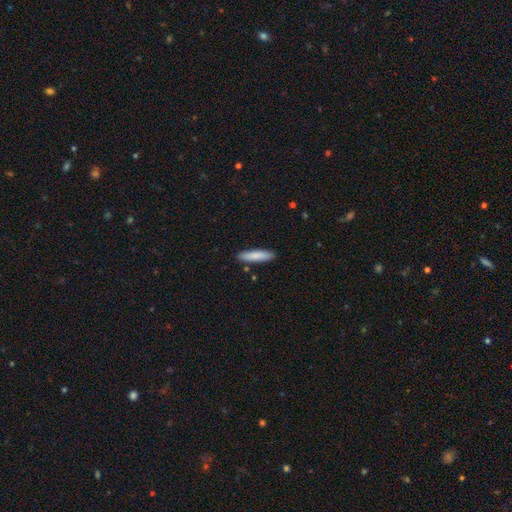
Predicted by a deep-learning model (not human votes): Smooth or featured? Predicted: smooth (p=0.83). How rounded? Predicted: cigar-shaped (p=0.77). Merging? Predicted: none (p=0.88).